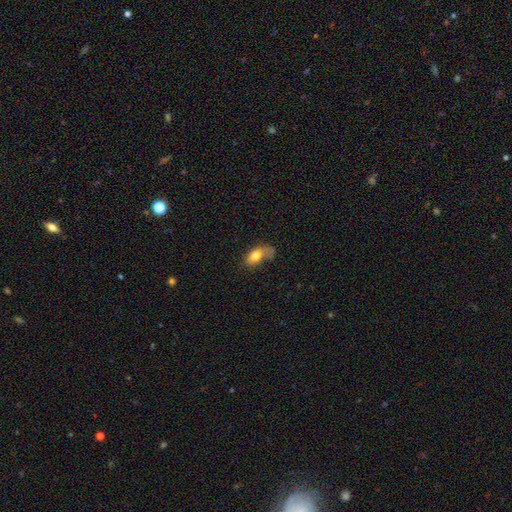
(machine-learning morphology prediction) Smooth or featured? Predicted: smooth (p=0.75). How rounded? Predicted: in between (p=0.86). Merging? Predicted: none (p=0.32).